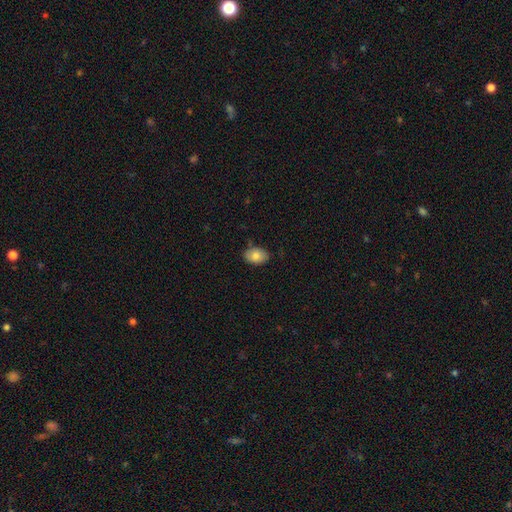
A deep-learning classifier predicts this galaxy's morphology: This is clearly a smooth galaxy (81%). How rounded: clearly in between (85%). Merging: likely none (79%).